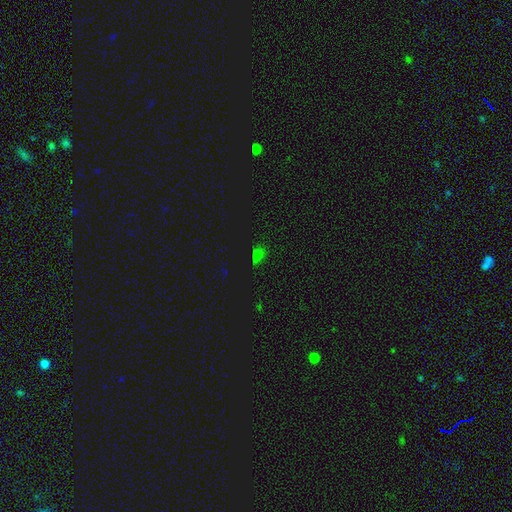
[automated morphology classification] type=smooth (52%); roundness=in between (61%); merging=none (65%).